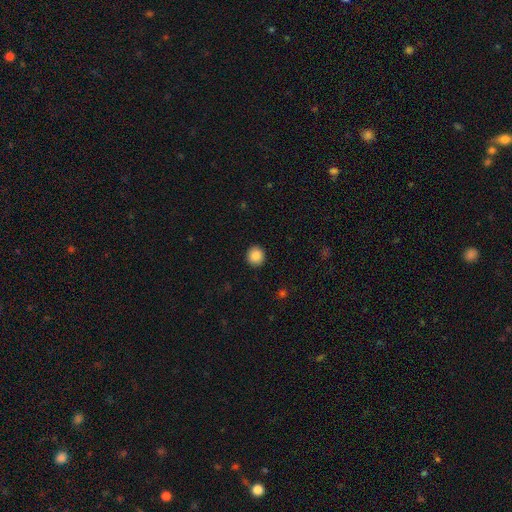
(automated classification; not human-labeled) This is clearly a smooth galaxy (87%). How rounded: clearly round (92%). Merging: clearly none (92%).